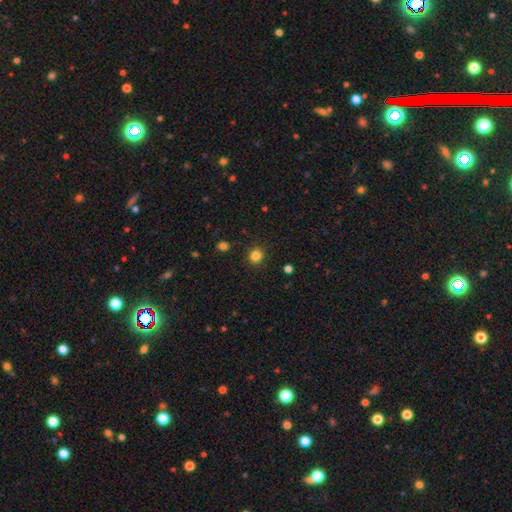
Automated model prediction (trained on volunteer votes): This is clearly a smooth galaxy (83%). How rounded: clearly round (88%). Merging: clearly none (90%).